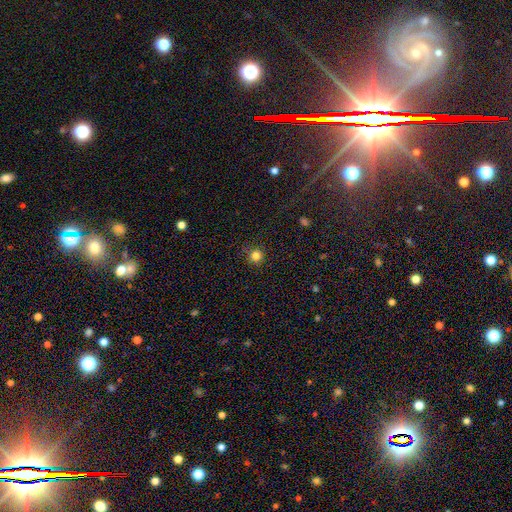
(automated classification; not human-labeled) Morphology: type=smooth (82%); roundness=round (94%); merging=none (89%).